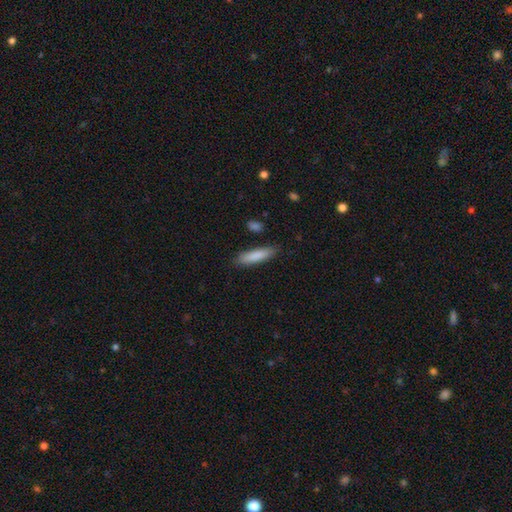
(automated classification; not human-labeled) Q: Smooth or featured?
A: smooth (85%); runner-up: featured or disk (9%)
Q: How rounded?
A: cigar-shaped (76%); runner-up: in between (23%)
Q: Merging?
A: none (85%); runner-up: minor disturbance (10%)